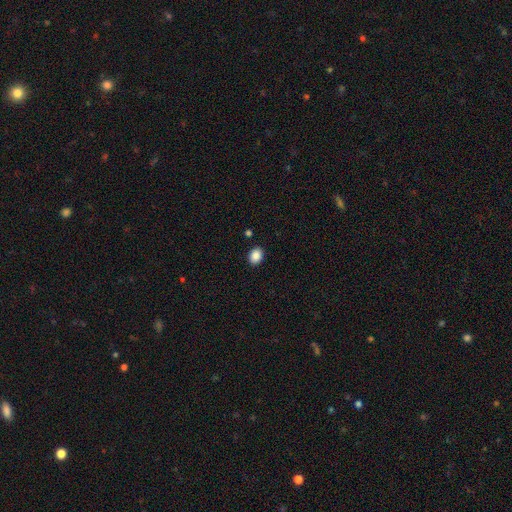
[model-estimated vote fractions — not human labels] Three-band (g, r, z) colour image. It shows a smooth galaxy with no disk features (88%) that is in between round and cigar-shaped (64%). Merging: none (89%).